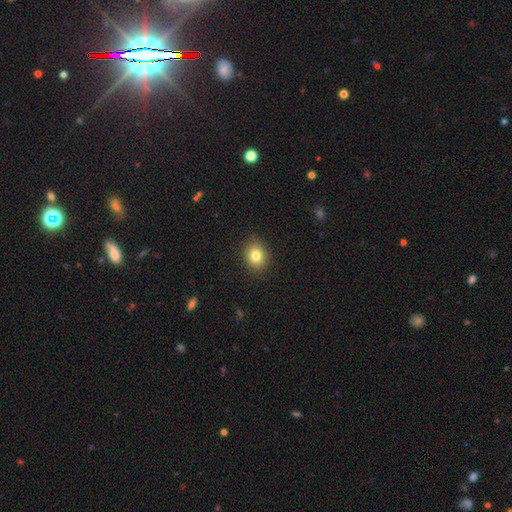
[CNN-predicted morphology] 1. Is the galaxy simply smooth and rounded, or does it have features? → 82% smooth, 10% star or artifact, 8% featured or disk.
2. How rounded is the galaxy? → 60% round, 39% in between, 1% cigar-shaped.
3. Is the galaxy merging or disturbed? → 88% none, 9% minor disturbance, 2% major disturbance, 1% merger.